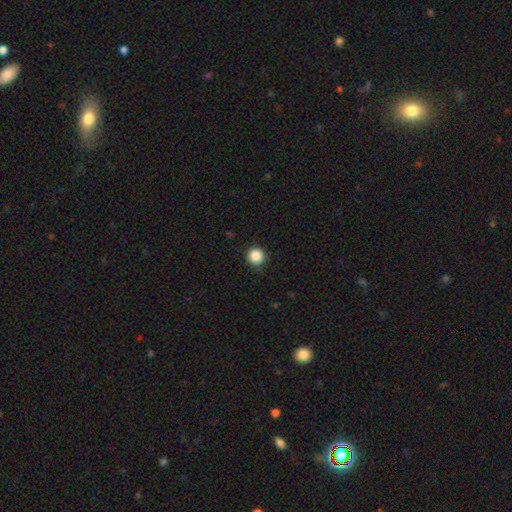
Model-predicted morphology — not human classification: A smooth galaxy with no disk features (87%) that is round (96%).

Vote fractions:
- Smooth or featured? smooth: 87% / star or artifact: 10% / featured or disk: 3%
- How rounded? round: 96% / in between: 3% / cigar-shaped: 1%
- Merging? none: 90% / minor disturbance: 7% / major disturbance: 2% / merger: 1%